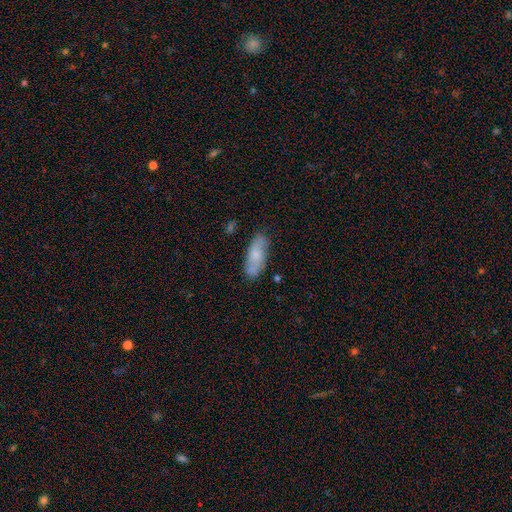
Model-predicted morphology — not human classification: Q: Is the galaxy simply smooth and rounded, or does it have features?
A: smooth — 67%.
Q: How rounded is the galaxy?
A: in between — 72%.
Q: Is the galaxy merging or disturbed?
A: none — 77%.